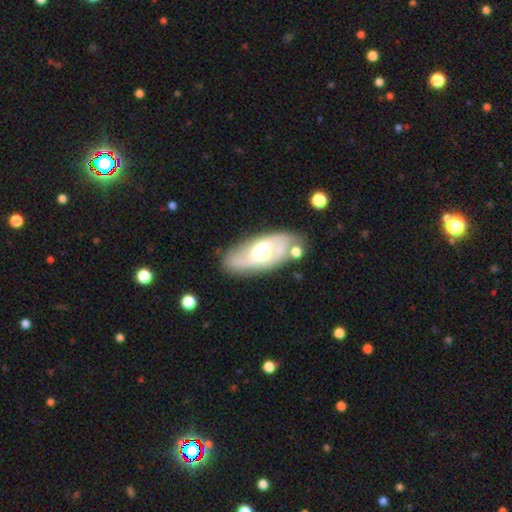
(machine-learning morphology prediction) featured or disk 66%, smooth 28%, star or artifact 6%. Down the decision tree: edge-on disk — no (87%); bar — no (55%); spiral arms — yes (77%); bulge size — moderate (62%); merging — none (68%).